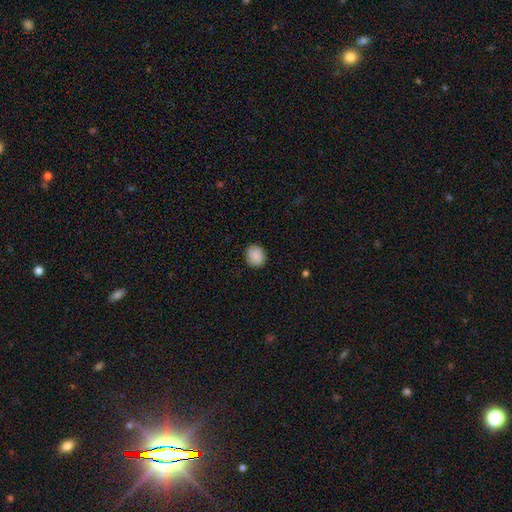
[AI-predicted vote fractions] Overall: smooth (89%). How rounded: round (73%). Merging: none (86%).